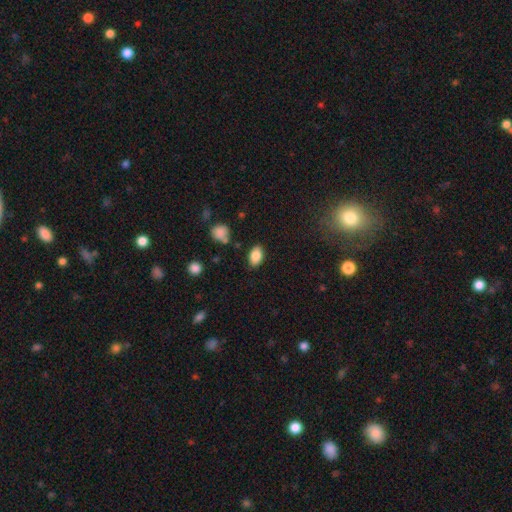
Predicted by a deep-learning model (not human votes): Smooth or featured?
  - smooth: 85% *
  - star or artifact: 8%
  - featured or disk: 7%
How rounded?
  - in between: 89% *
  - round: 9%
  - cigar-shaped: 2%
Merging?
  - none: 84% *
  - minor disturbance: 11%
  - major disturbance: 3%
  - merger: 2%